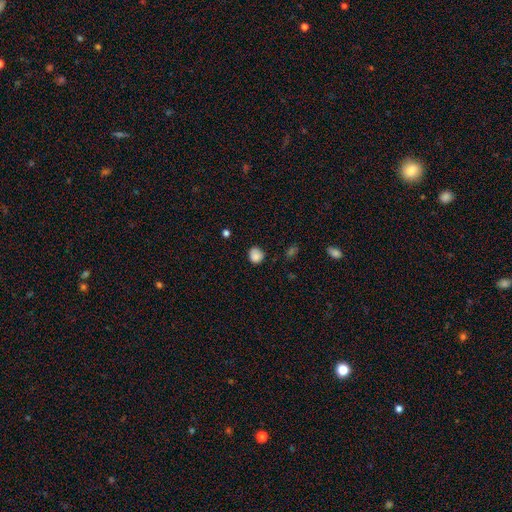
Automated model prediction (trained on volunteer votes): A smooth galaxy with no disk features (85%) that is round (80%). Merging: none (74%).